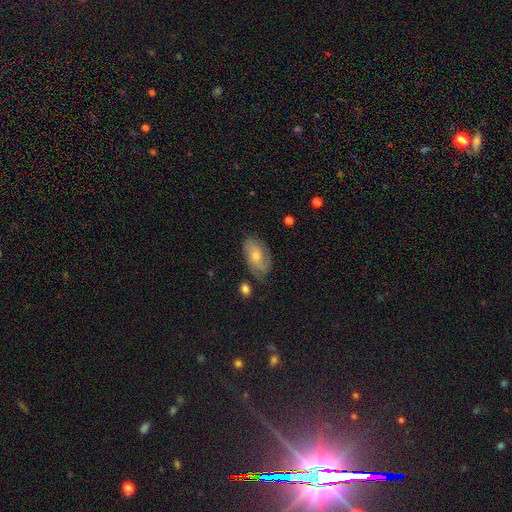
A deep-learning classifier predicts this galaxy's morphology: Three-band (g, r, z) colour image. It shows a featured or disk galaxy (65%) with no bar (68%), 2 (44%) tight (49%) spiral arms (88%) and a moderate central bulge (59%). Merging: none (69%).